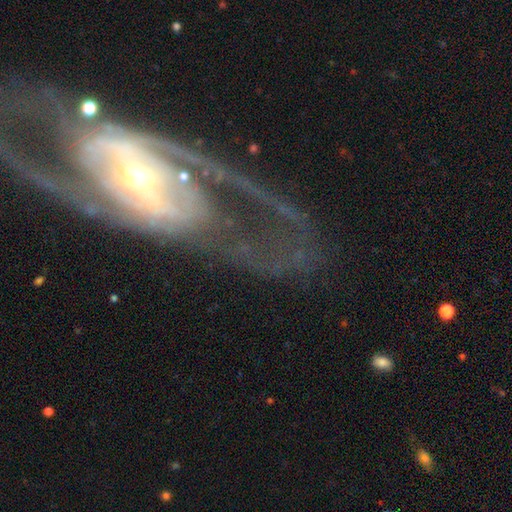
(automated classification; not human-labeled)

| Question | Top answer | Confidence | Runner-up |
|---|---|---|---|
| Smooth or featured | featured or disk | 79% | smooth (12%) |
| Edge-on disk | no | 90% | yes (10%) |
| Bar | no | 40% | strong (30%) |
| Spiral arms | yes | 70% | no (30%) |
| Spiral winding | tight | 38% | medium (36%) |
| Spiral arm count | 2 | 49% | can't tell (25%) |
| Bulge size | moderate | 59% | small (28%) |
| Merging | none | 51% | major disturbance (30%) |